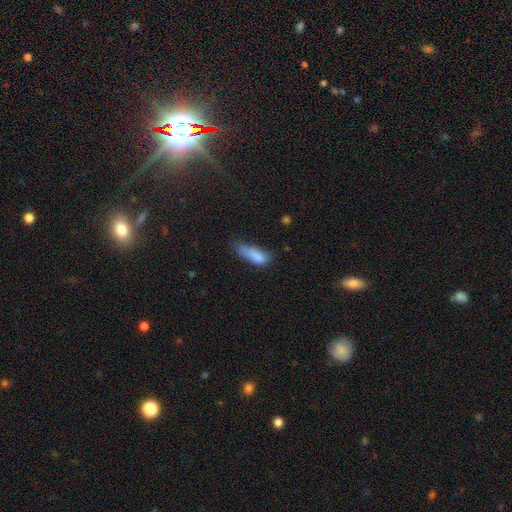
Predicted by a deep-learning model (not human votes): The model was most divided on "merging": minor disturbance: 39%, none: 28%, major disturbance: 27%, merger: 6%. More confident: smooth or featured — smooth (80%); how rounded — in between (64%).